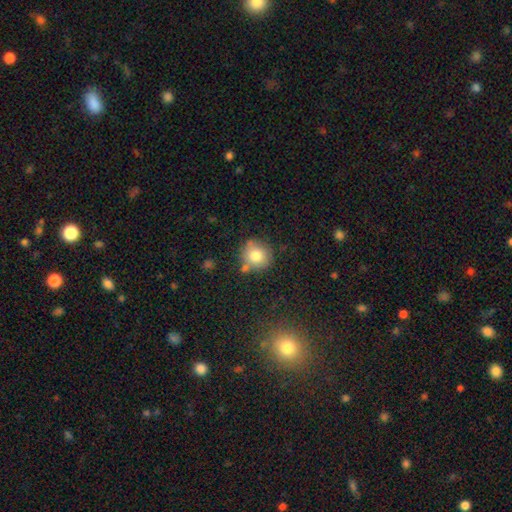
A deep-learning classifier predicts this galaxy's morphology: A smooth galaxy with no disk features (77%) that is round (88%).

Vote fractions:
- Smooth or featured? smooth: 77% / featured or disk: 13% / star or artifact: 10%
- How rounded? round: 88% / in between: 11% / cigar-shaped: 1%
- Merging? none: 69% / minor disturbance: 16% / merger: 11% / major disturbance: 4%